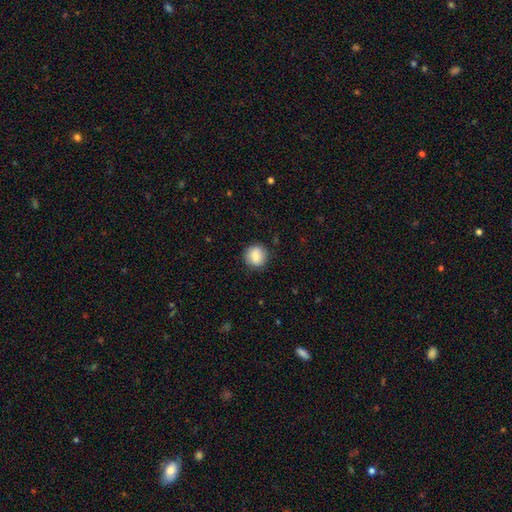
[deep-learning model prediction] A smooth galaxy with no disk features (86%) that is round (87%). Merging: none (86%).